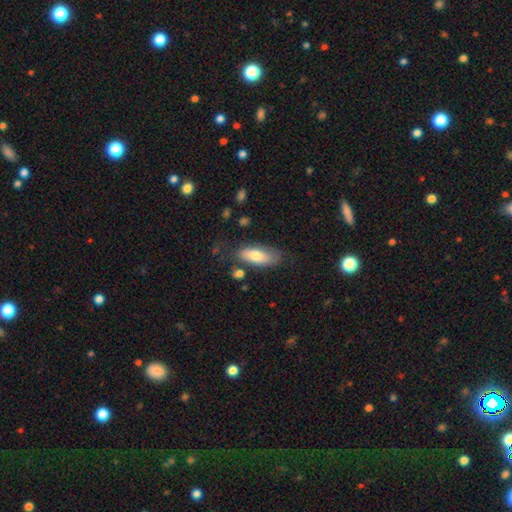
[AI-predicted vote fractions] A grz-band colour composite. It shows a smooth galaxy with no disk features (74%) that is in between round and cigar-shaped (78%). Merging: none (66%).